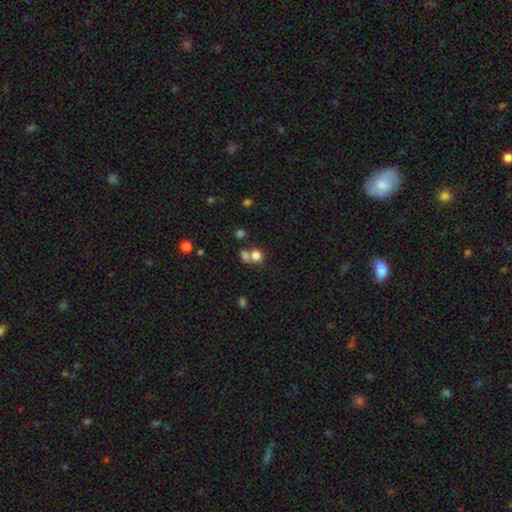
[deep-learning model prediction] Smooth or featured?
  - smooth: 77% *
  - star or artifact: 14%
  - featured or disk: 9%
How rounded?
  - round: 78% *
  - in between: 21%
  - cigar-shaped: 1%
Merging?
  - merger: 46% *
  - none: 42%
  - minor disturbance: 8%
  - major disturbance: 5%